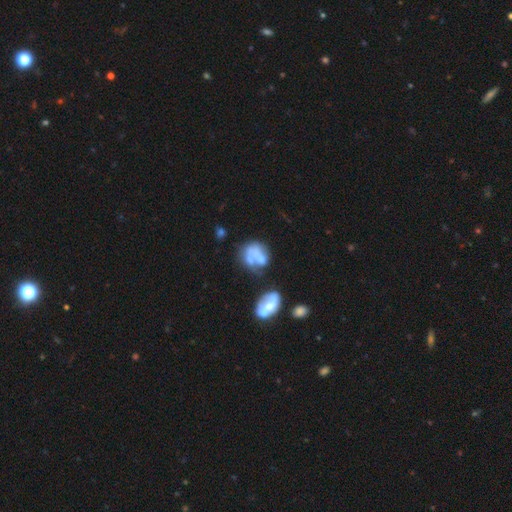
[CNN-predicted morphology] A smooth galaxy with no disk features (46%).

Vote fractions:
- Smooth or featured? smooth: 46% / featured or disk: 44% / star or artifact: 10%
- Merging? merger: 31% / none: 26% / major disturbance: 25% / minor disturbance: 18%